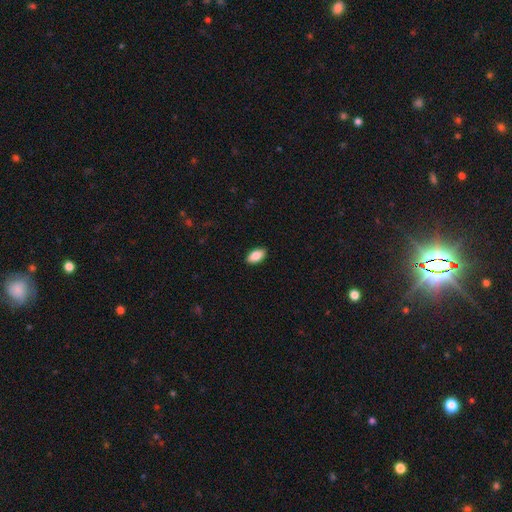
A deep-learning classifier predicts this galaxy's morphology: This is clearly a smooth galaxy (88%). How rounded: clearly in between (93%). Merging: clearly none (90%).